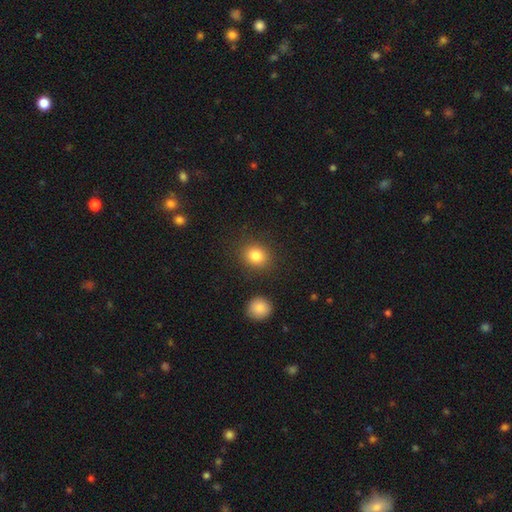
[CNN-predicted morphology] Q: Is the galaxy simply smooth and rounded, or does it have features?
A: smooth — 83%.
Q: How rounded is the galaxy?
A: round — 70%.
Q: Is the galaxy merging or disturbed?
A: none — 85%.